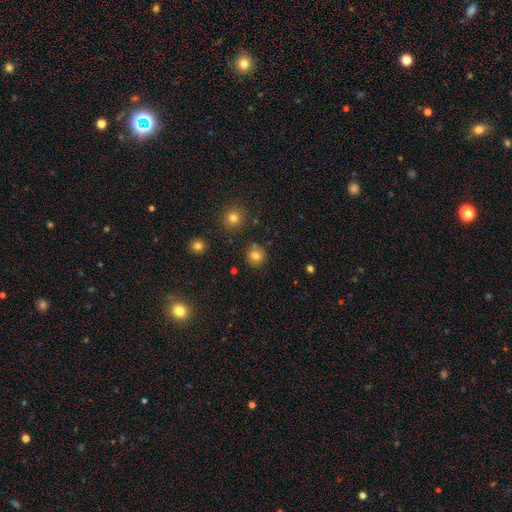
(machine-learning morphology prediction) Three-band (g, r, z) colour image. It shows a smooth galaxy with no disk features (79%) that is round (93%). Merging: none (86%).